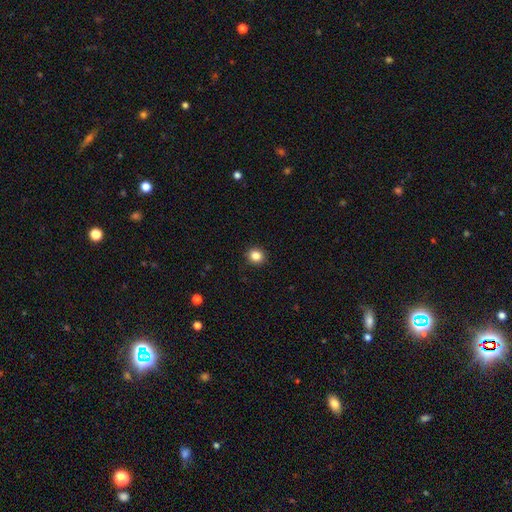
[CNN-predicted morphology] A smooth galaxy with no disk features (84%) that is round (89%).

Vote fractions:
- Smooth or featured? smooth: 84% / star or artifact: 11% / featured or disk: 4%
- How rounded? round: 89% / in between: 10% / cigar-shaped: 1%
- Merging? none: 92% / minor disturbance: 6% / major disturbance: 2% / merger: 1%